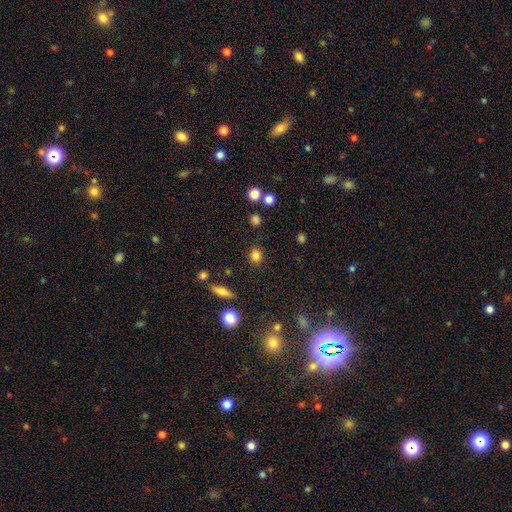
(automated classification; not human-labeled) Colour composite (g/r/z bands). It shows a smooth galaxy with no disk features (83%) that is round (76%). Merging: none (87%).